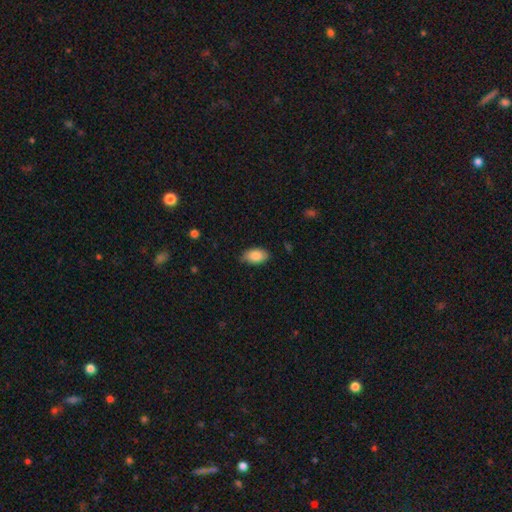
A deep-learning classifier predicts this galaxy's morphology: smooth-or-featured: smooth: 86% | featured or disk: 7% | star or artifact: 7%
  how-rounded: in between: 93% | round: 5% | cigar-shaped: 2%
  merging: none: 78% | minor disturbance: 18% | major disturbance: 3% | merger: 1%